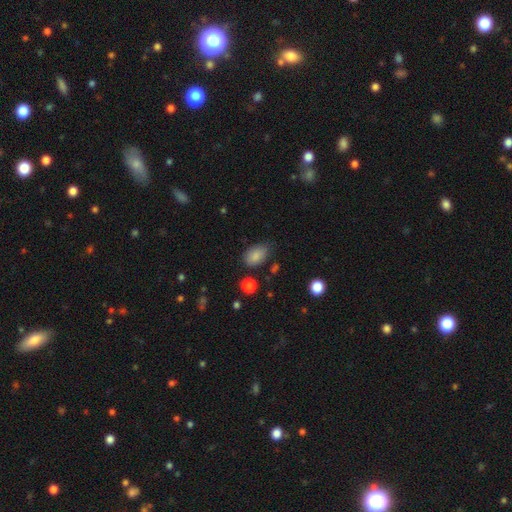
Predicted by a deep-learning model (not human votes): A smooth galaxy with no disk features (85%) that is in between round and cigar-shaped (87%). Merging: none (70%).